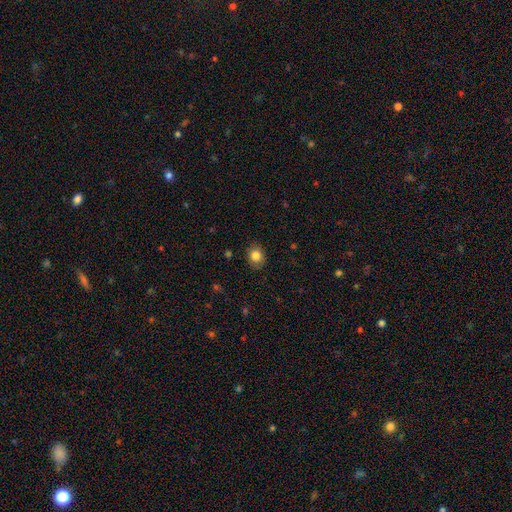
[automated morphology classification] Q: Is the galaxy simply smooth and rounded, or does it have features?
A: smooth — 82%.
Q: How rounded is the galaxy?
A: round — 56%.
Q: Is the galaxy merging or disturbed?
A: none — 86%.